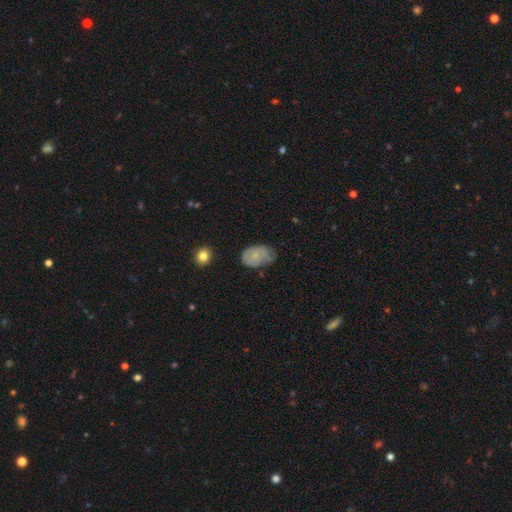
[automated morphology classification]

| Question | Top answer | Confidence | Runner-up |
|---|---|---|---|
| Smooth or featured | smooth | 53% | featured or disk (39%) |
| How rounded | in between | 84% | round (15%) |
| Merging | none | 53% | minor disturbance (35%) |